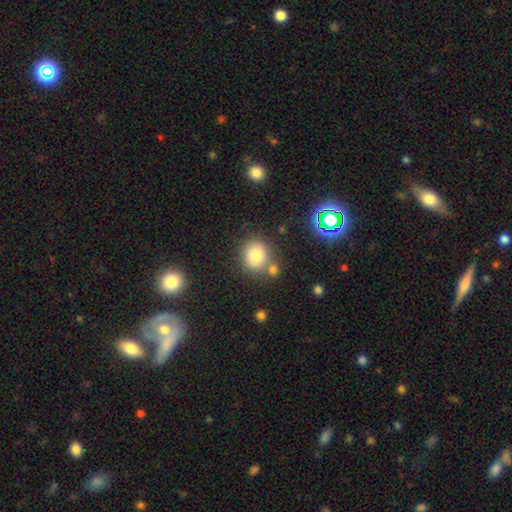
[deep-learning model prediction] Smooth or featured? smooth (78%)
How rounded? round (76%)
Merging? none (71%)